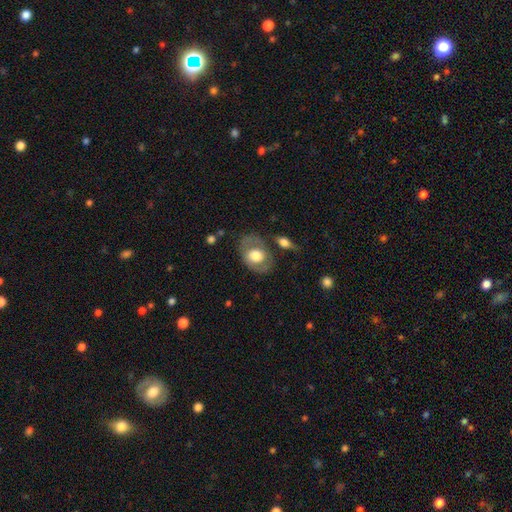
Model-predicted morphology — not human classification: Smooth or featured? Predicted: smooth (p=0.53). How rounded? Predicted: in between (p=0.70). Merging? Predicted: none (p=0.69).